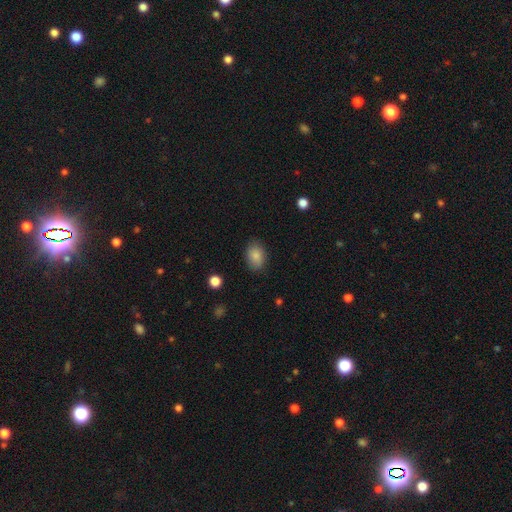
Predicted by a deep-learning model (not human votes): Smooth or featured: smooth — 84% (star or artifact — 8%)
How rounded: in between — 81% (round — 17%)
Merging: none — 82% (minor disturbance — 13%)